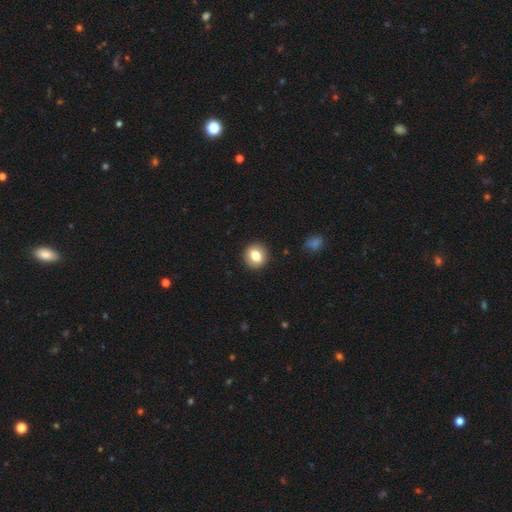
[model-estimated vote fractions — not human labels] smooth_or_featured: smooth (p=0.77) [alt: featured or disk p=0.14]
how_rounded: round (p=0.77) [alt: in between p=0.22]
merging: none (p=0.90) [alt: minor disturbance p=0.06]